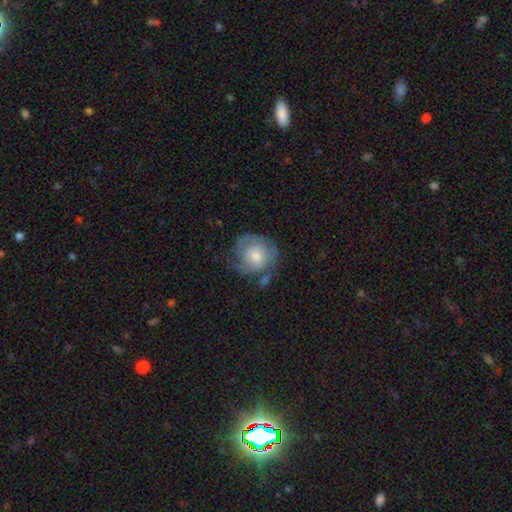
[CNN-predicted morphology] Smooth or featured? Predicted: smooth (p=0.55). How rounded? Predicted: round (p=0.81). Merging? Predicted: none (p=0.46).